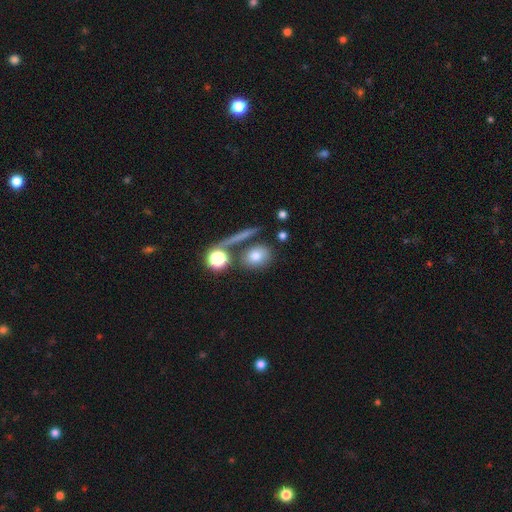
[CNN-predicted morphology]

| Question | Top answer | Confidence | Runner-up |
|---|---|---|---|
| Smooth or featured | smooth | 75% | star or artifact (13%) |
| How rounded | round | 53% | in between (42%) |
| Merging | none | 67% | merger (15%) |